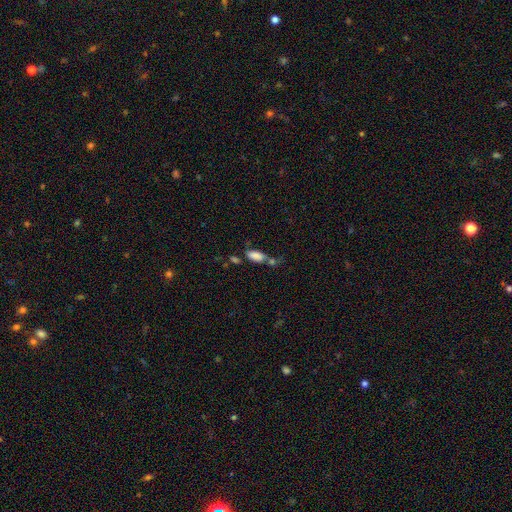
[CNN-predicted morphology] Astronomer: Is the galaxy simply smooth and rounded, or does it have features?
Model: smooth — 81%.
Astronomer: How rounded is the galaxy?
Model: in between — 87%.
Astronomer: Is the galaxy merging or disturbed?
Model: none — 37% (runner-up: merger, 35%).